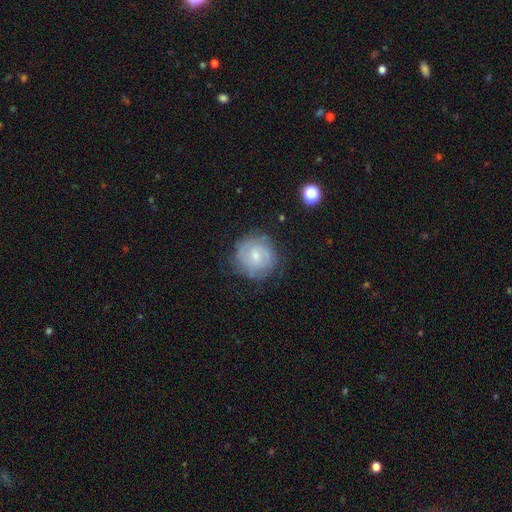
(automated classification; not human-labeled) Smooth or featured? featured or disk (55%)
Edge-on disk? no (97%)
Bar? no (54%)
Spiral arms? yes (70%)
Bulge size? small (58%)
Merging? none (70%)